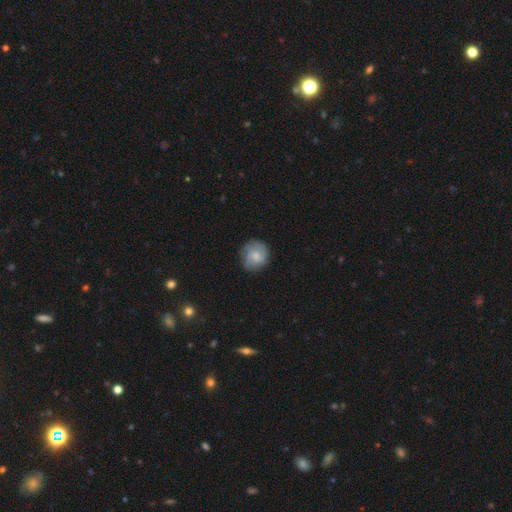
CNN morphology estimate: A smooth galaxy with no disk features (57%) that is round (85%).

Vote fractions:
- Smooth or featured? smooth: 57% / featured or disk: 36% / star or artifact: 7%
- How rounded? round: 85% / in between: 14% / cigar-shaped: 1%
- Merging? none: 76% / minor disturbance: 18% / major disturbance: 5% / merger: 1%